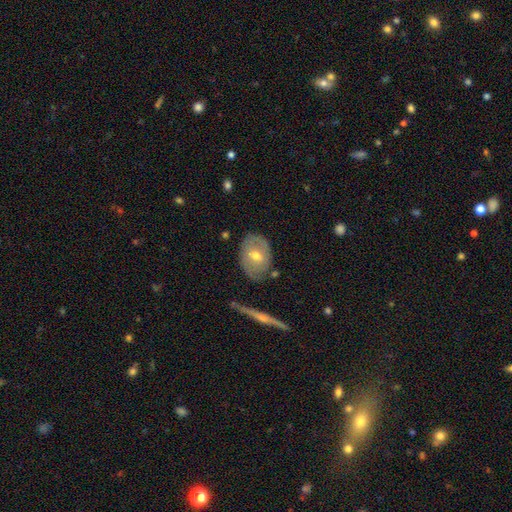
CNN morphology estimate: This is possibly a featured or disk galaxy (49%). Merging: likely none (75%).